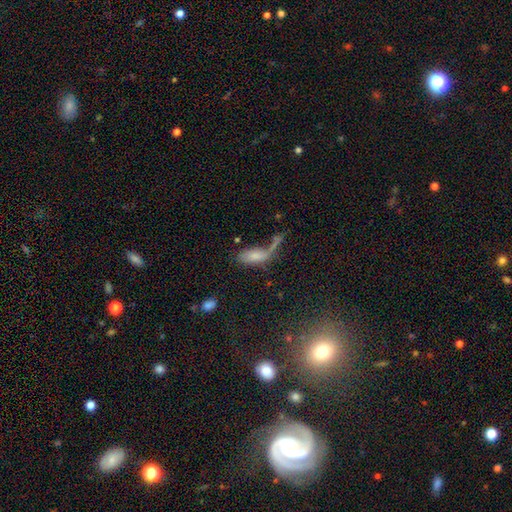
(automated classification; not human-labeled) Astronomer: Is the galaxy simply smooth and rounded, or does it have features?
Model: smooth — 70%.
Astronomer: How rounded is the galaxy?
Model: in between — 78%.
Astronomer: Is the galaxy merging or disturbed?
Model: none — 30%, tied with merger at 30%.